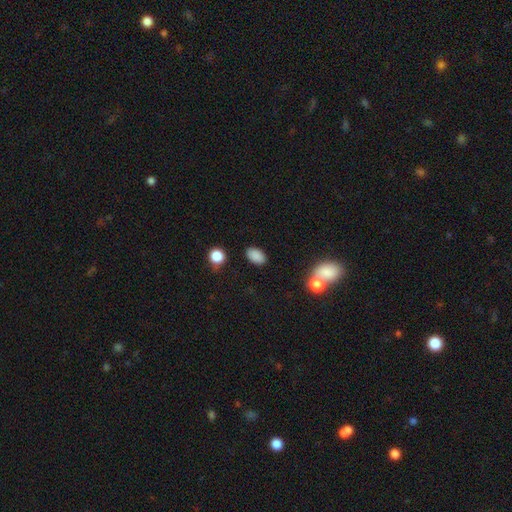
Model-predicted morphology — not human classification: Smooth or featured? Predicted: smooth (p=0.86). How rounded? Predicted: in between (p=0.89). Merging? Predicted: none (p=0.85).